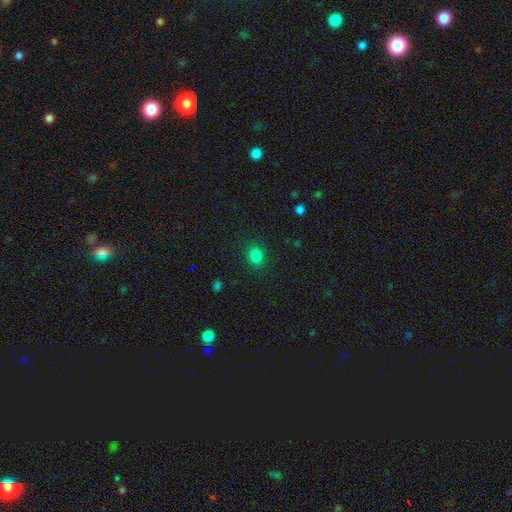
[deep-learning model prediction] Smooth or featured? Predicted: smooth (p=0.83). How rounded? Predicted: round (p=0.61). Merging? Predicted: none (p=0.88).